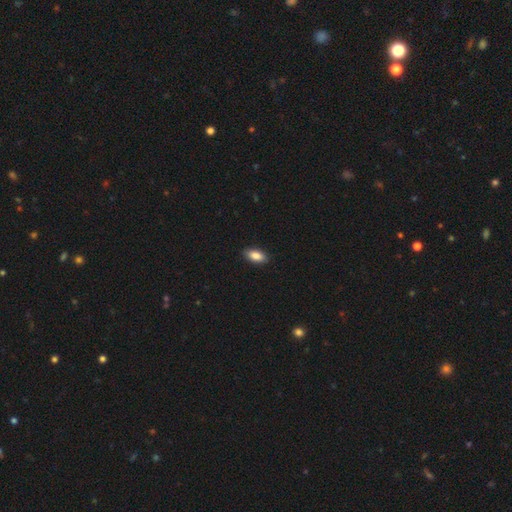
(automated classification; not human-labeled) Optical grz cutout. It shows a smooth galaxy with no disk features (87%) that is in between round and cigar-shaped (90%). Merging: none (88%).